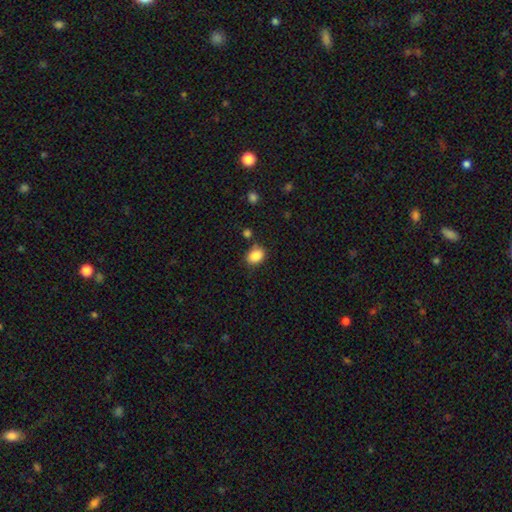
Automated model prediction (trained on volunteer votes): smooth 87%, star or artifact 9%, featured or disk 4%. Down the decision tree: how rounded — in between (63%); merging — none (76%).